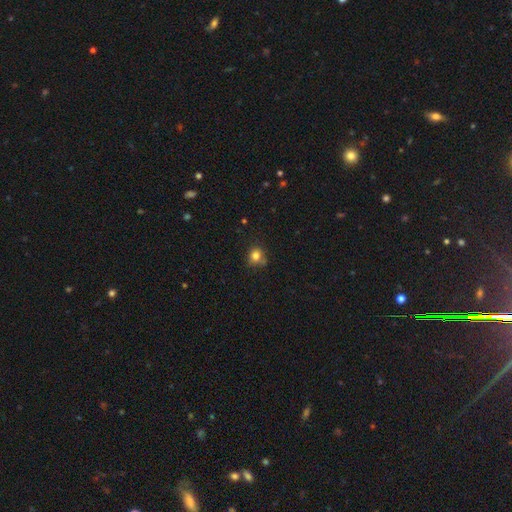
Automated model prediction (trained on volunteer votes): smooth-or-featured: smooth: 81% | star or artifact: 12% | featured or disk: 7%
  how-rounded: round: 80% | in between: 19% | cigar-shaped: 1%
  merging: none: 69% | minor disturbance: 20% | merger: 7% | major disturbance: 5%